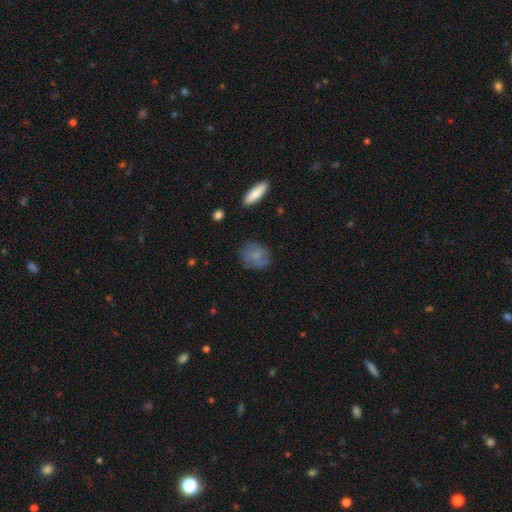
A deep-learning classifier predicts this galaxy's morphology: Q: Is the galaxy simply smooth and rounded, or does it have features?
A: smooth — 62%.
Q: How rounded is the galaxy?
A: round — 50%.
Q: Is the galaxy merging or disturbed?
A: none — 68%.